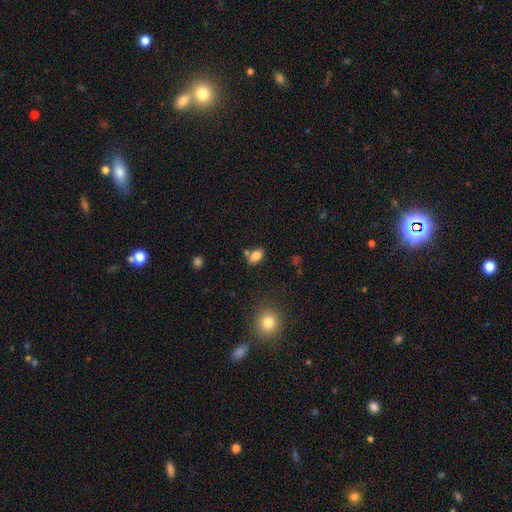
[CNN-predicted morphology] The model was most divided on "merging": none: 65%, merger: 16%, minor disturbance: 15%, major disturbance: 4%. More confident: how rounded — in between (88%); smooth or featured — smooth (83%).